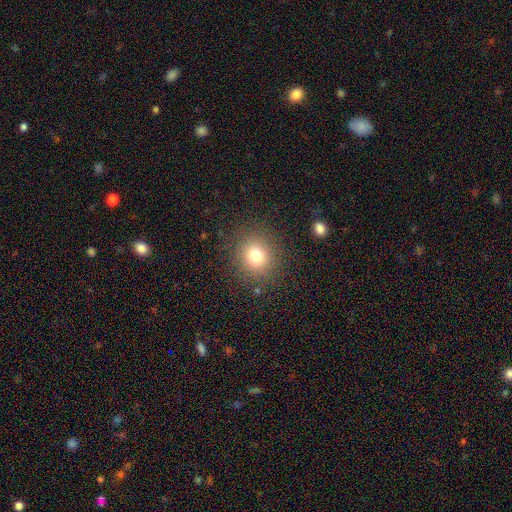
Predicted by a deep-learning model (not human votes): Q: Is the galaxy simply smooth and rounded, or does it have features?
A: smooth — 76%.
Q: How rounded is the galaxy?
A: round — 88%.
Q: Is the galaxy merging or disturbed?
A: none — 87%.